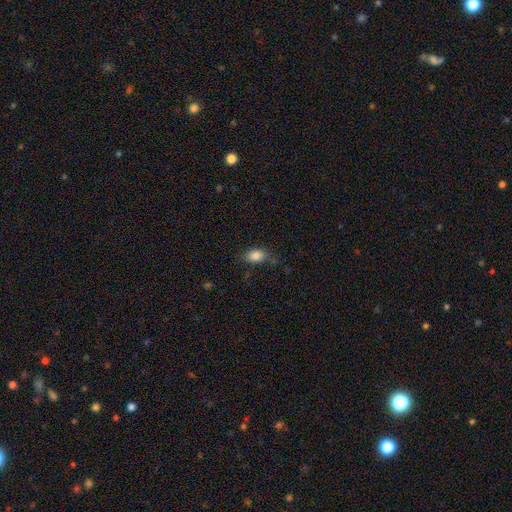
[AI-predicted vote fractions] Overall: smooth (85%). How rounded: in between (83%). Merging: none (72%).